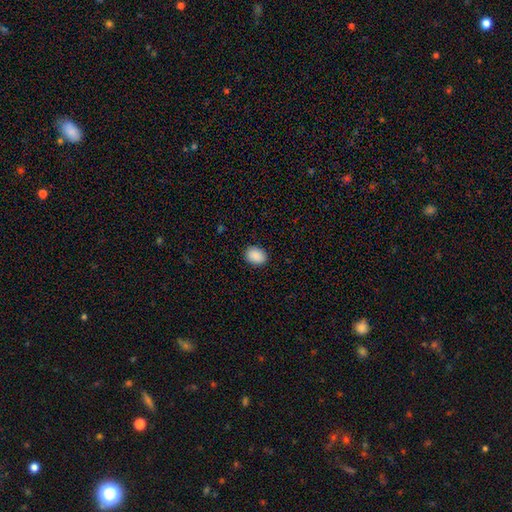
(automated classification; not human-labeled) A smooth galaxy with no disk features (90%) that is in between round and cigar-shaped (65%).

Vote fractions:
- Smooth or featured? smooth: 90% / star or artifact: 8% / featured or disk: 3%
- How rounded? in between: 65% / round: 34% / cigar-shaped: 1%
- Merging? none: 90% / minor disturbance: 8% / major disturbance: 2% / merger: 1%